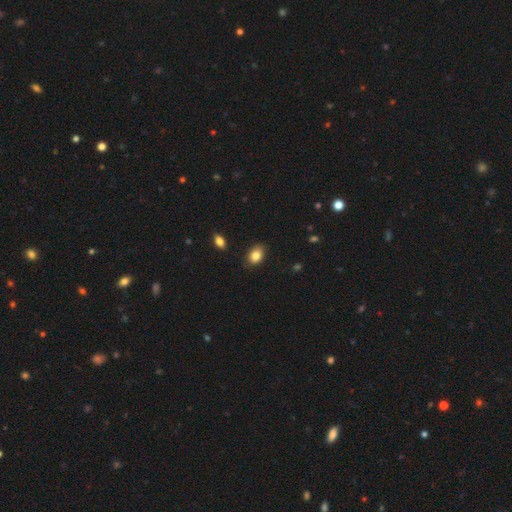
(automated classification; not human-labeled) smooth 84%, star or artifact 9%, featured or disk 7%. Down the decision tree: how rounded — in between (78%); merging — none (84%).